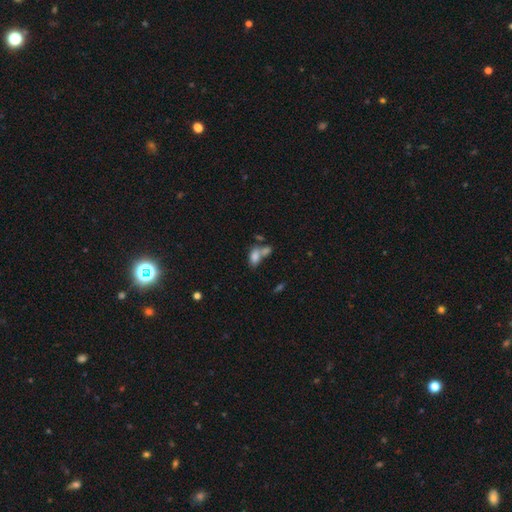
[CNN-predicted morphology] Smooth or featured? smooth (76%)
How rounded? in between (88%)
Merging? merger (52%)